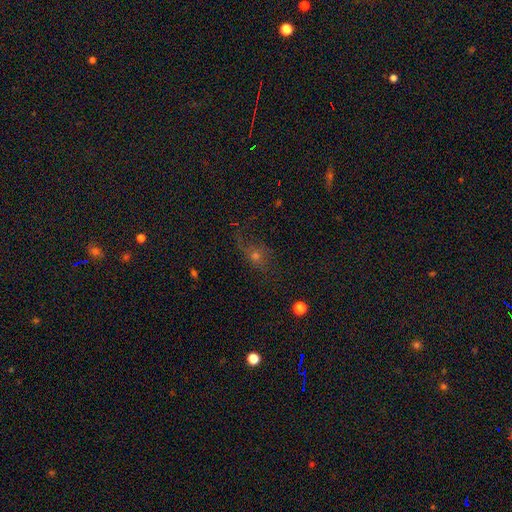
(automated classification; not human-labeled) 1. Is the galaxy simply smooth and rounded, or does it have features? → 36% featured or disk, 35% smooth, 29% star or artifact.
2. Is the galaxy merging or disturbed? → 51% none, 26% major disturbance, 21% minor disturbance, 3% merger.